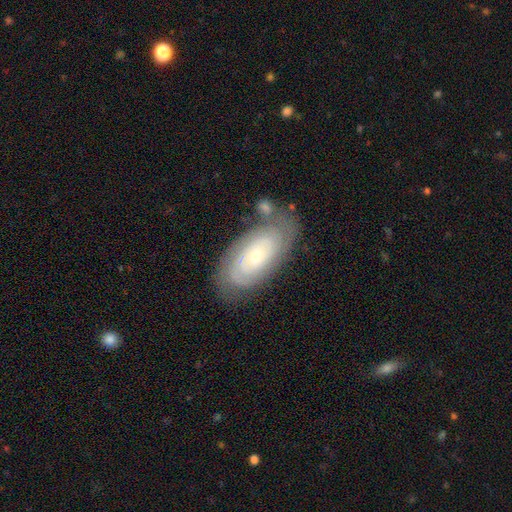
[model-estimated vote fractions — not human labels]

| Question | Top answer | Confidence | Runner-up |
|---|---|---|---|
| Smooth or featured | featured or disk | 75% | smooth (19%) |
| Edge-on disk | no | 94% | yes (6%) |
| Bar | no | 81% | weak (15%) |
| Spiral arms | yes | 85% | no (15%) |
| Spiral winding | tight | 80% | medium (16%) |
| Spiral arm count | can't tell | 47% | 2 (32%) |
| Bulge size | small | 60% | moderate (36%) |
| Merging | none | 69% | minor disturbance (17%) |